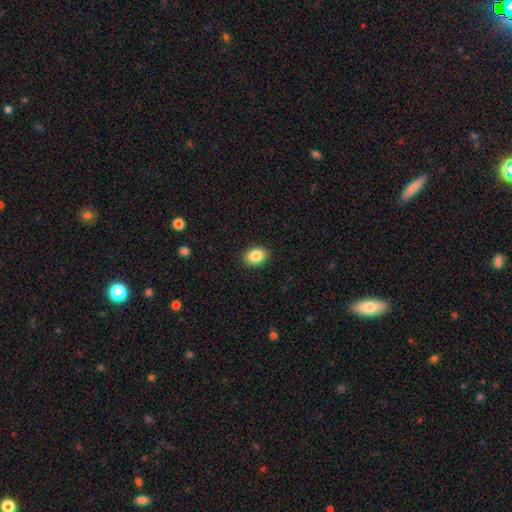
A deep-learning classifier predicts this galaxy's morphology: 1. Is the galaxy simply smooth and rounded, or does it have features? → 87% smooth, 8% star or artifact, 5% featured or disk.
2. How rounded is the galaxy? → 74% in between, 25% round, 1% cigar-shaped.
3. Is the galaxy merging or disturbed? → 89% none, 8% minor disturbance, 2% major disturbance, 1% merger.